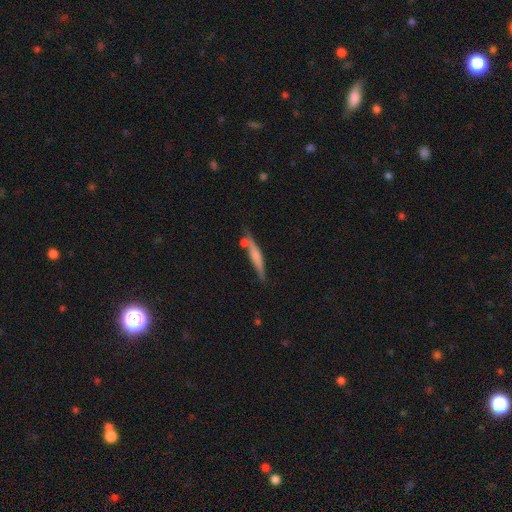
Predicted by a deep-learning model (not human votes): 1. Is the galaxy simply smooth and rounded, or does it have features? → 51% smooth, 42% featured or disk, 7% star or artifact.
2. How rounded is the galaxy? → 91% cigar-shaped, 7% in between, 2% round.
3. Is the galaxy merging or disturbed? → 64% none, 17% minor disturbance, 14% merger, 5% major disturbance.